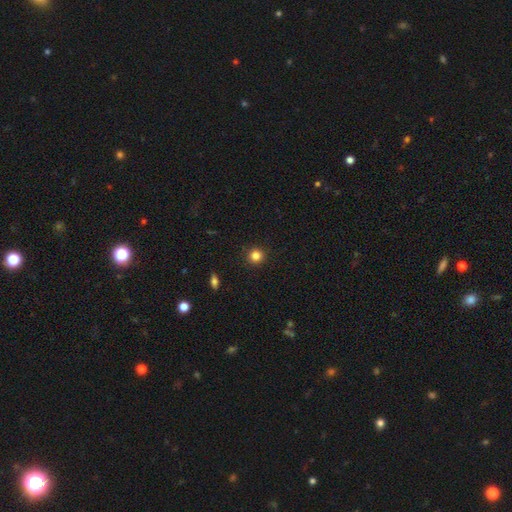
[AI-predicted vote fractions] The model was most divided on "smooth or featured": smooth: 83%, star or artifact: 12%, featured or disk: 5%. More confident: how rounded — round (93%); merging — none (92%).